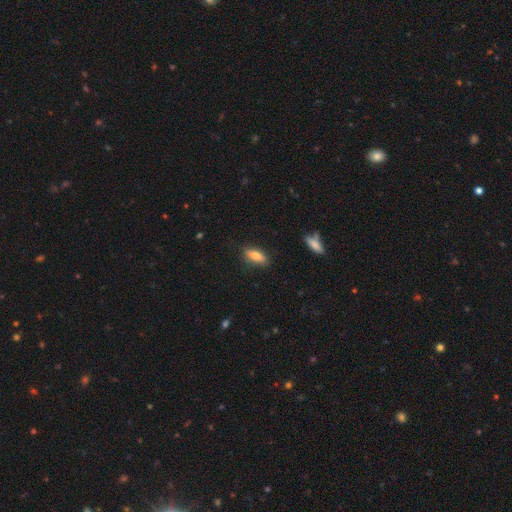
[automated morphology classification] Smooth or featured? smooth (77%)
How rounded? in between (69%)
Merging? none (84%)